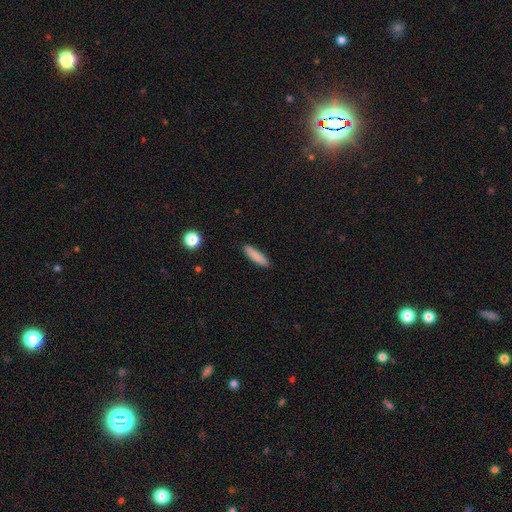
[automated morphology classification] smooth_or_featured: smooth (p=0.86) [alt: star or artifact p=0.07]
how_rounded: cigar-shaped (p=0.77) [alt: in between p=0.22]
merging: none (p=0.90) [alt: minor disturbance p=0.08]